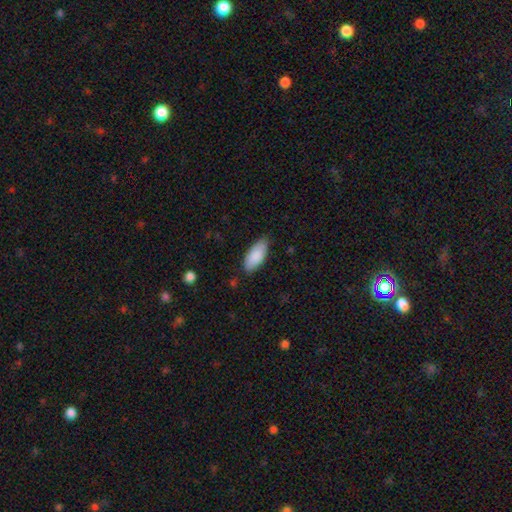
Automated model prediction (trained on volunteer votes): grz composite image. It shows a smooth galaxy with no disk features (87%) that is in between round and cigar-shaped (88%). Merging: none (80%).